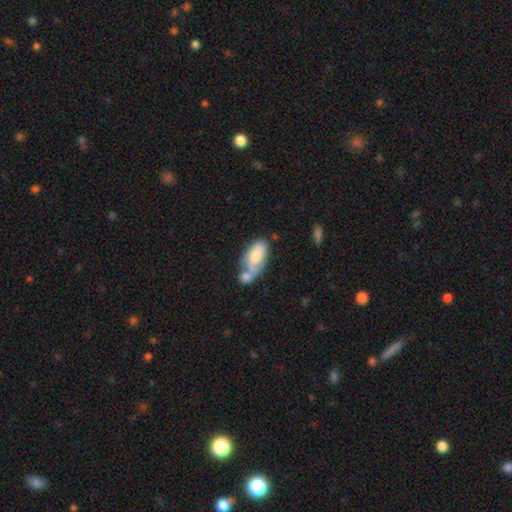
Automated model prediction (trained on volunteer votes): Smooth or featured? smooth (73%)
How rounded? in between (89%)
Merging? merger (52%)